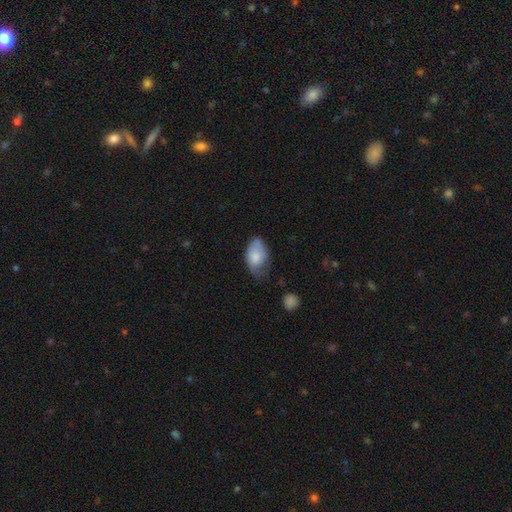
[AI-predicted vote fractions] Overall: smooth (74%). How rounded: in between (91%). Merging: minor disturbance (42%; none 37%).